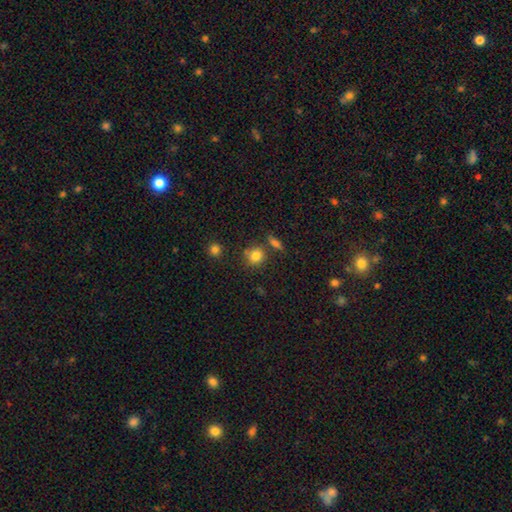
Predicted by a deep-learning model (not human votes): smooth 81%, star or artifact 12%, featured or disk 7%. Down the decision tree: how rounded — round (81%); merging — none (72%).